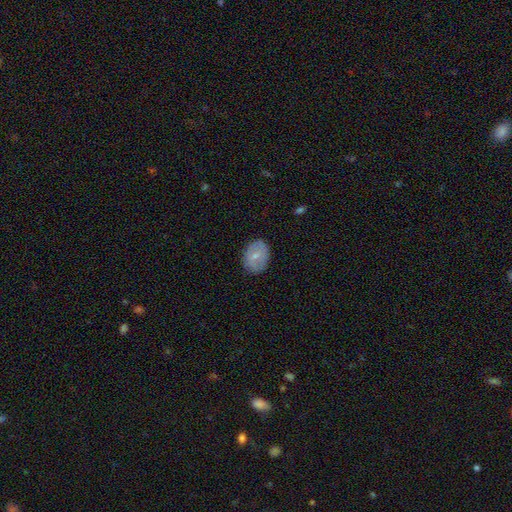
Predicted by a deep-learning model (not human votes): A smooth galaxy with no disk features (66%) that is in between round and cigar-shaped (60%). Merging: none (82%).